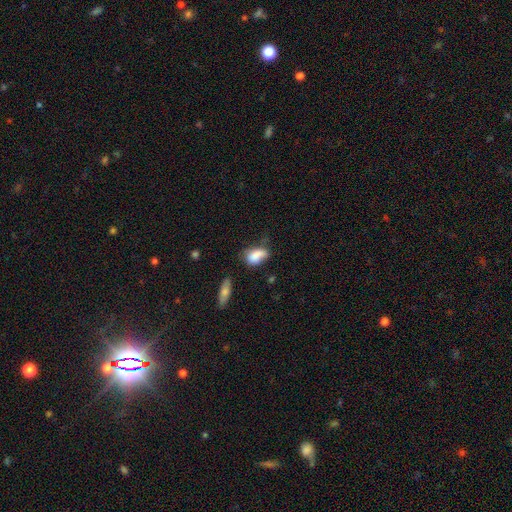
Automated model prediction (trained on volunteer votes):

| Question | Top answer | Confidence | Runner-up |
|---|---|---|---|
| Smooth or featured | smooth | 80% | featured or disk (12%) |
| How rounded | in between | 87% | round (9%) |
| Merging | none | 39% | minor disturbance (36%) |